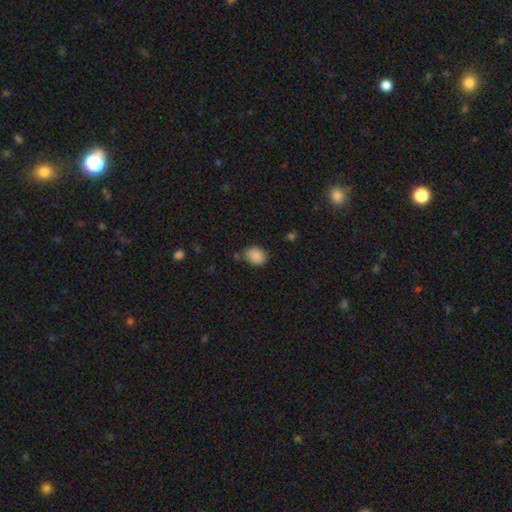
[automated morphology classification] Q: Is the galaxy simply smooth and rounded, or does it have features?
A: smooth — 88%.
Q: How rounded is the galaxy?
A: in between — 58%.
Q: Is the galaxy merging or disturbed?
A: none — 73%.